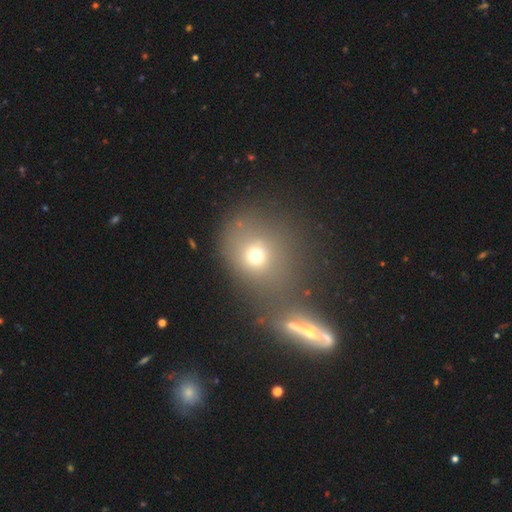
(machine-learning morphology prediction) This appears to be a smooth galaxy with no disk features (68%) that is round (67%). Merging: none (48%).